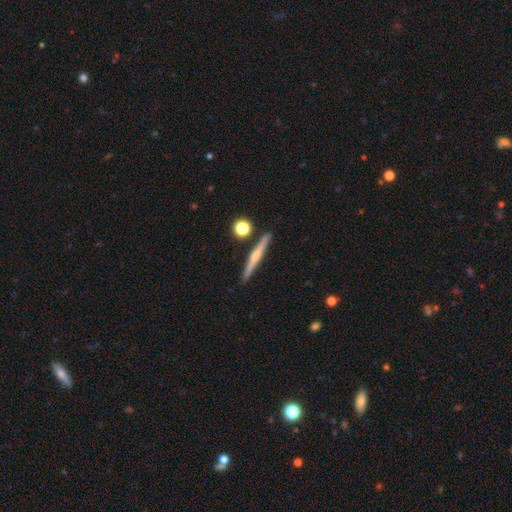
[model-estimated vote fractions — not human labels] Smooth or featured? Predicted: featured or disk (p=0.57). Edge-on disk? Predicted: yes (p=0.97). Edge-on bulge? Predicted: rounded (p=0.63). Merging? Predicted: none (p=0.87).